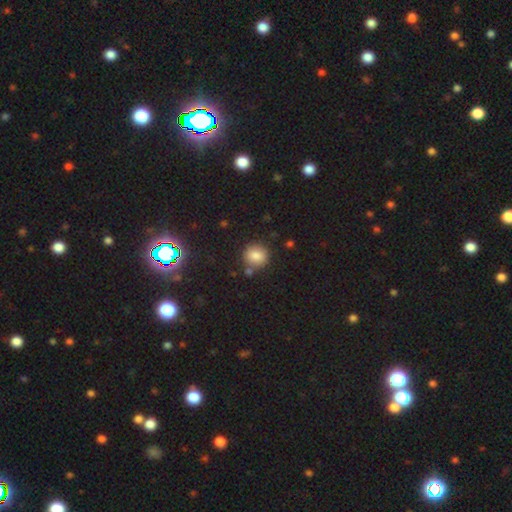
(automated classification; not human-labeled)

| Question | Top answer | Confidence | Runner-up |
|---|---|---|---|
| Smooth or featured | smooth | 83% | star or artifact (12%) |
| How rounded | round | 83% | in between (16%) |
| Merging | none | 79% | minor disturbance (10%) |